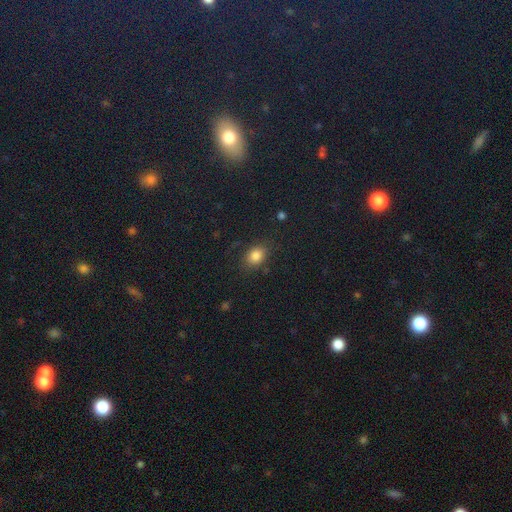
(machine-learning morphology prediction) Q: Smooth or featured?
A: smooth (81%); runner-up: star or artifact (13%)
Q: How rounded?
A: in between (58%); runner-up: round (40%)
Q: Merging?
A: none (79%); runner-up: minor disturbance (14%)